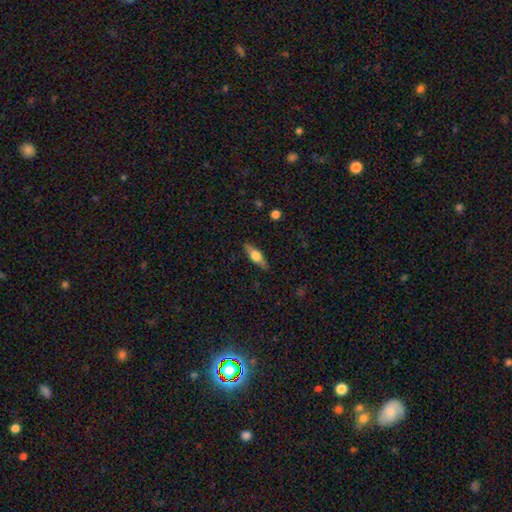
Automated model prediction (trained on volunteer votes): Q: Smooth or featured?
A: featured or disk (48%); runner-up: smooth (46%)
Q: Merging?
A: none (87%); runner-up: minor disturbance (10%)